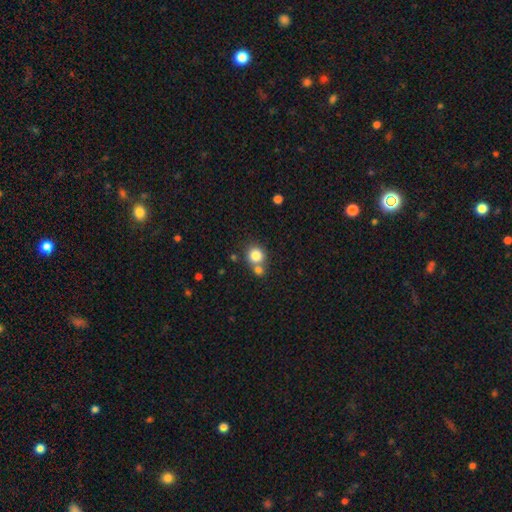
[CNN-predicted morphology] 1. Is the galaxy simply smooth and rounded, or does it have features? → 82% smooth, 11% star or artifact, 7% featured or disk.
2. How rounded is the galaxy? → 84% round, 15% in between, 1% cigar-shaped.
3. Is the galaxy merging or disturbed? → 54% none, 34% merger, 8% minor disturbance, 3% major disturbance.